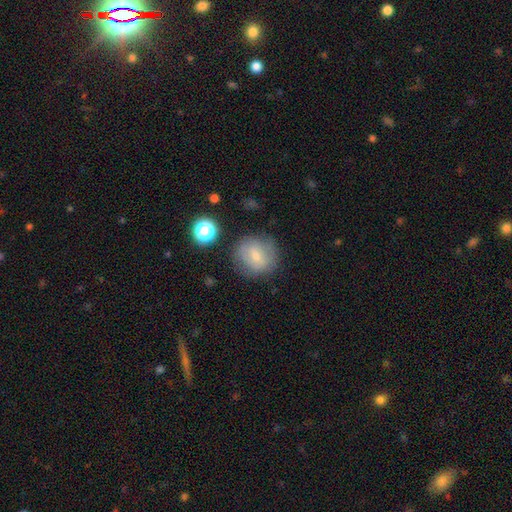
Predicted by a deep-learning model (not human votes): A smooth galaxy with no disk features (62%) that is round (84%).

Vote fractions:
- Smooth or featured? smooth: 62% / featured or disk: 27% / star or artifact: 11%
- How rounded? round: 84% / in between: 15% / cigar-shaped: 1%
- Merging? none: 75% / minor disturbance: 16% / major disturbance: 7% / merger: 3%